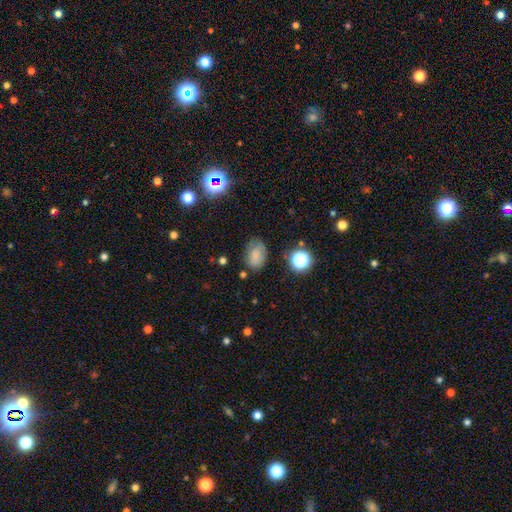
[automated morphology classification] smooth 77%, star or artifact 15%, featured or disk 9%. Down the decision tree: how rounded — in between (79%); merging — none (67%).